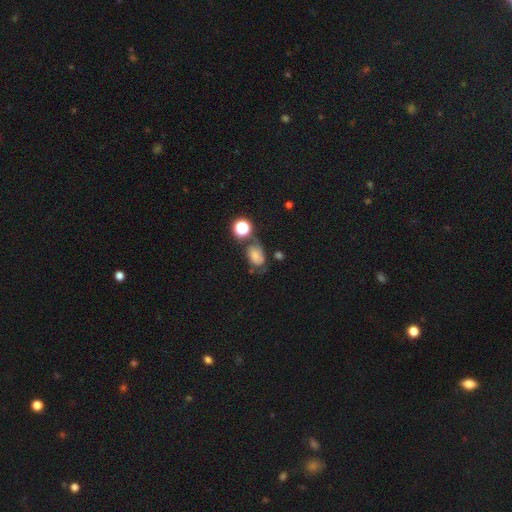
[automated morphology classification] Q: Smooth or featured?
A: smooth (47%); runner-up: featured or disk (38%)
Q: Merging?
A: none (43%); runner-up: minor disturbance (27%)